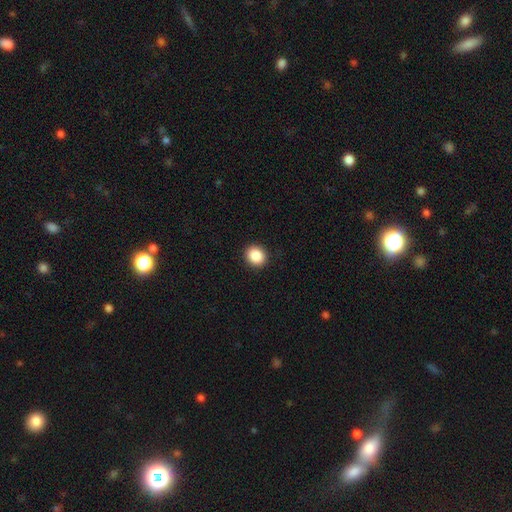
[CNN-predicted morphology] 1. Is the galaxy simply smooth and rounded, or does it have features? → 88% smooth, 9% star or artifact, 3% featured or disk.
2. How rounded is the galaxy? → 77% round, 22% in between, 1% cigar-shaped.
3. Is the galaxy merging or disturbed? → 92% none, 6% minor disturbance, 2% major disturbance, 1% merger.